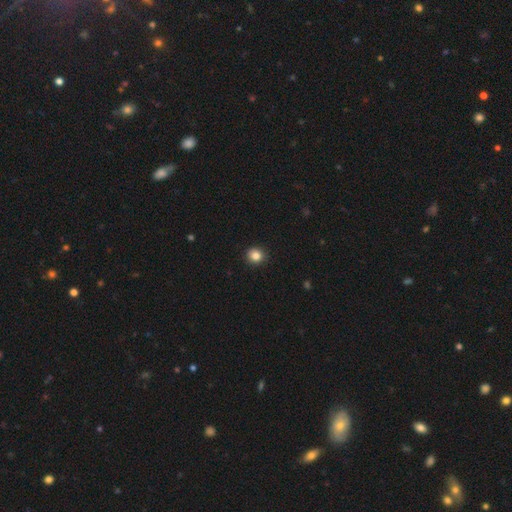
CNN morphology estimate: Q: Smooth or featured?
A: smooth (85%); runner-up: star or artifact (11%)
Q: How rounded?
A: round (86%); runner-up: in between (13%)
Q: Merging?
A: none (91%); runner-up: minor disturbance (7%)